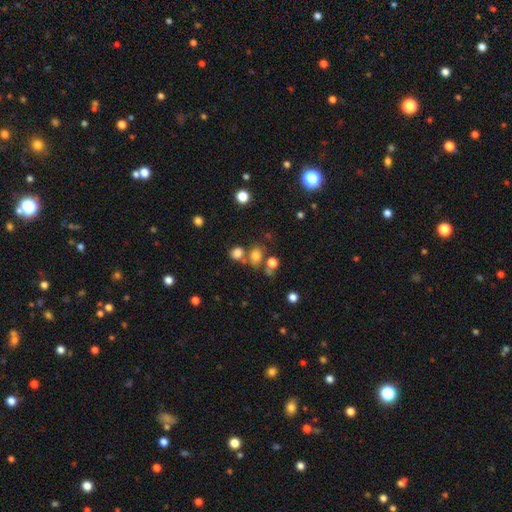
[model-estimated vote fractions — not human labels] Smooth or featured: smooth — 74% (star or artifact — 17%)
How rounded: round — 52% (in between — 46%)
Merging: none — 54% (merger — 27%)